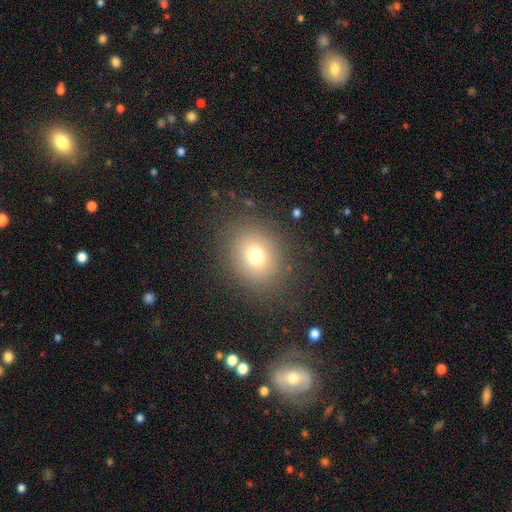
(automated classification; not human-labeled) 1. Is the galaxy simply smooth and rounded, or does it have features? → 72% smooth, 16% star or artifact, 12% featured or disk.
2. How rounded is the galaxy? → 69% round, 30% in between, 1% cigar-shaped.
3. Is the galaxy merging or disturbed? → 85% none, 9% minor disturbance, 5% major disturbance, 1% merger.